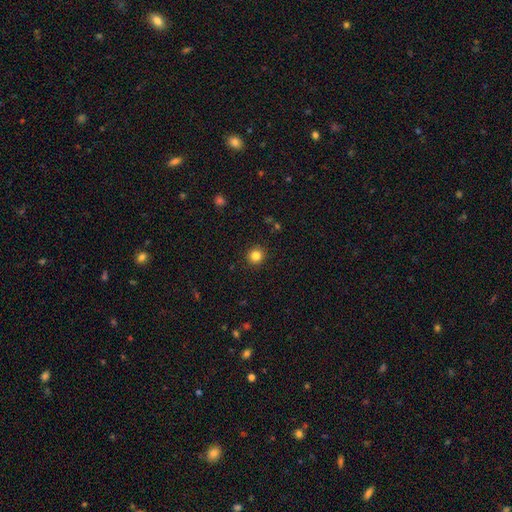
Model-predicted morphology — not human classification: Smooth or featured?
  - smooth: 83% *
  - star or artifact: 12%
  - featured or disk: 5%
How rounded?
  - round: 93% *
  - in between: 6%
  - cigar-shaped: 1%
Merging?
  - none: 92% *
  - minor disturbance: 5%
  - major disturbance: 2%
  - merger: 1%